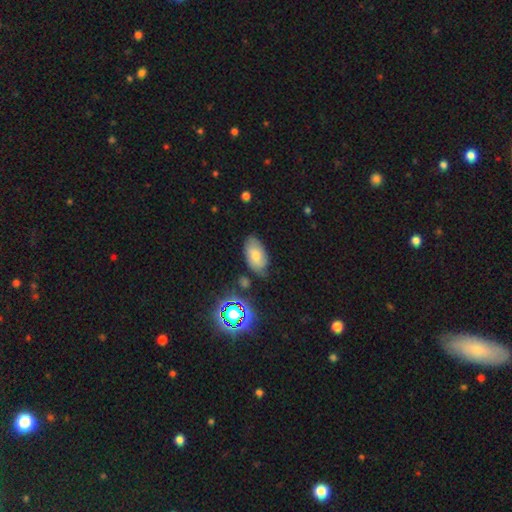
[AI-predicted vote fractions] A smooth galaxy with no disk features (62%) that is in between round and cigar-shaped (93%).

Vote fractions:
- Smooth or featured? smooth: 62% / featured or disk: 26% / star or artifact: 12%
- How rounded? in between: 93% / round: 5% / cigar-shaped: 2%
- Merging? none: 68% / minor disturbance: 24% / major disturbance: 5% / merger: 3%